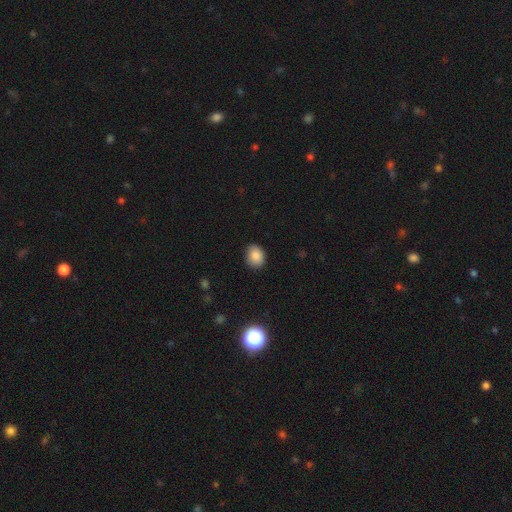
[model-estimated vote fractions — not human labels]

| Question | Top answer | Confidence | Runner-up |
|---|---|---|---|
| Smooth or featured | smooth | 86% | star or artifact (10%) |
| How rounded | round | 50% | in between (49%) |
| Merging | none | 84% | minor disturbance (12%) |